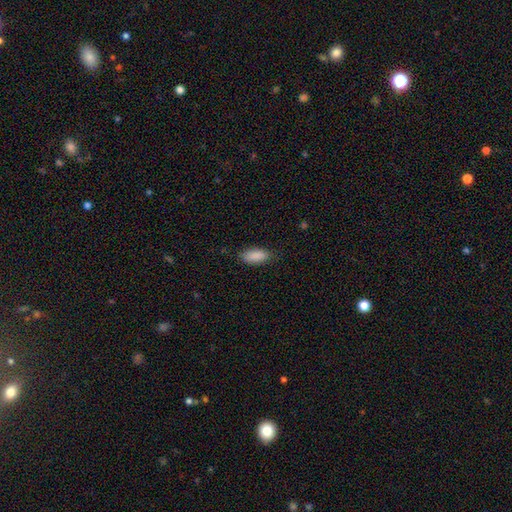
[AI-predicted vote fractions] The model was most divided on "merging": none: 77%, minor disturbance: 18%, major disturbance: 4%, merger: 1%. More confident: smooth or featured — smooth (89%); how rounded — in between (88%).